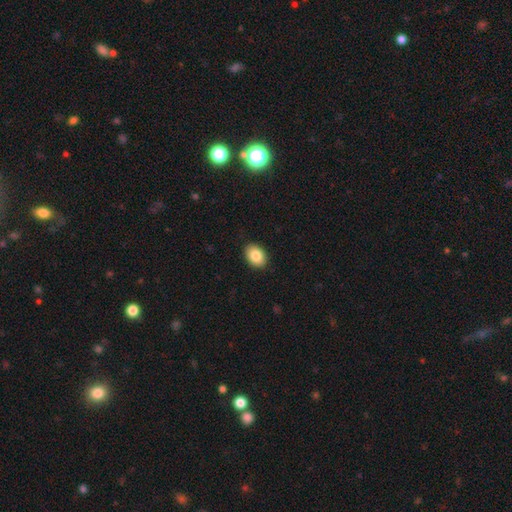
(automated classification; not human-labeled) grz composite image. It shows a smooth galaxy with no disk features (85%) that is in between round and cigar-shaped (76%). Merging: none (90%).